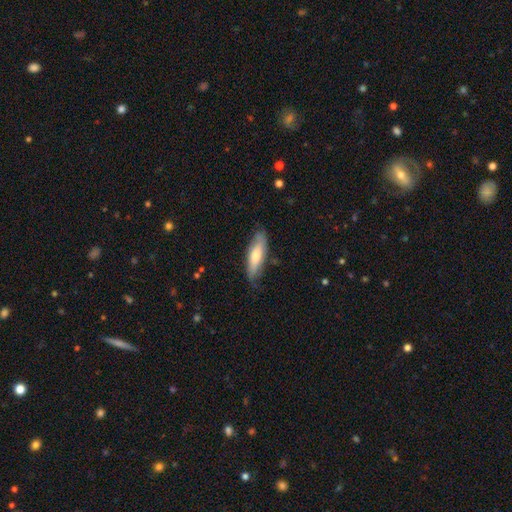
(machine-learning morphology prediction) Smooth or featured? smooth (66%)
How rounded? cigar-shaped (56%)
Merging? none (75%)